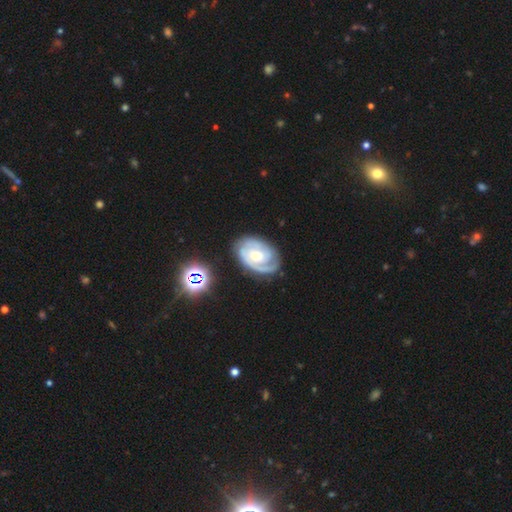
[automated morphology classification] Overall: featured or disk (85%). Edge-on disk: no (97%). Bar: no (59%; weak 33%). Spiral arms: yes (96%). Spiral arm count: 2 (48%; can't tell 19%). Spiral winding: tight (67%). Bulge size: moderate (46%; small 43%). Merging: none (73%).